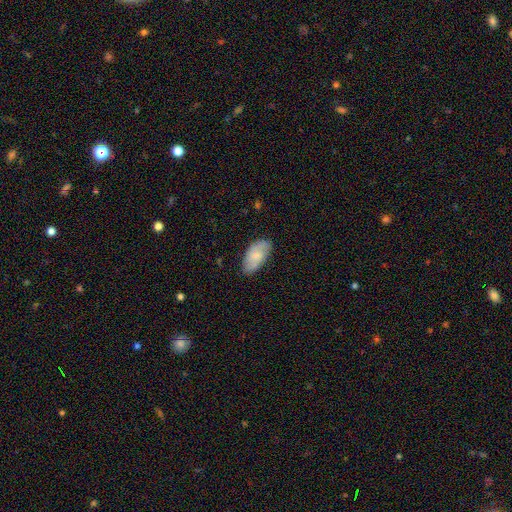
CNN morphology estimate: This appears to be a smooth galaxy with no disk features (66%) that is in between round and cigar-shaped (94%). Merging: none (76%).